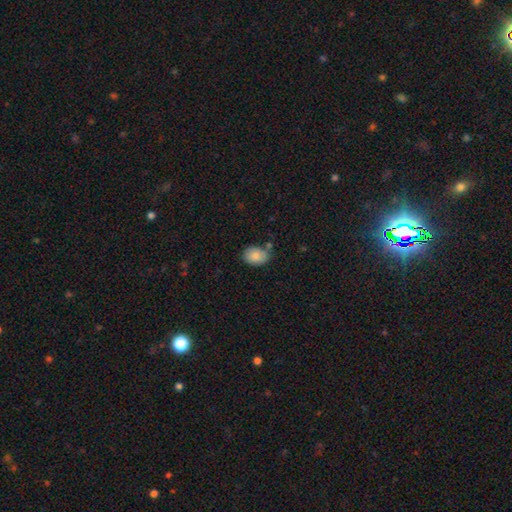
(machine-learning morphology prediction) Smooth or featured? Predicted: smooth (p=0.85). How rounded? Predicted: in between (p=0.74). Merging? Predicted: none (p=0.71).